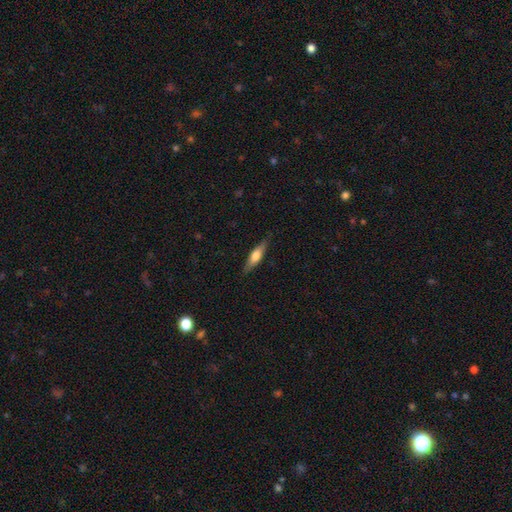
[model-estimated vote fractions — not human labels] This is possibly a smooth galaxy (54%). How rounded: likely cigar-shaped (68%). Merging: clearly none (84%).